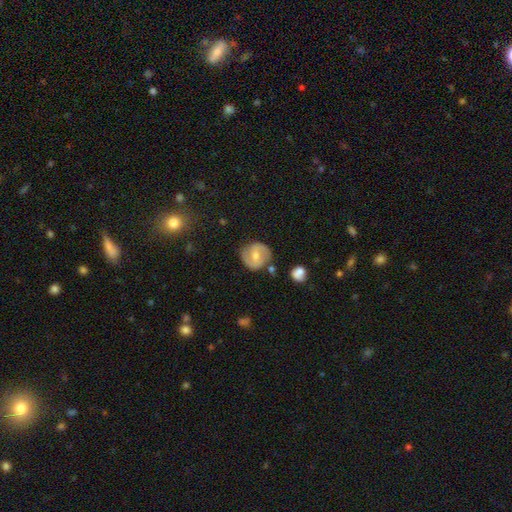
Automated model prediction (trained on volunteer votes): smooth_or_featured: featured or disk (p=0.58) [alt: smooth p=0.35]
disk_edge_on: no (p=0.97) [alt: yes p=0.03]
bar: weak (p=0.51) [alt: no p=0.27]
has_spiral_arms: yes (p=0.80) [alt: no p=0.20]
bulge_size: moderate (p=0.59) [alt: small p=0.34]
merging: none (p=0.75) [alt: minor disturbance p=0.16]